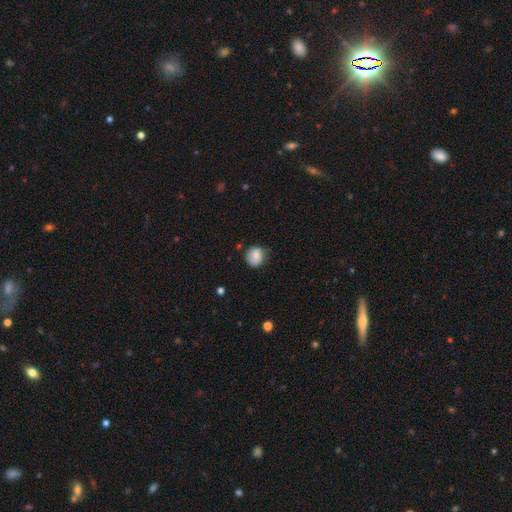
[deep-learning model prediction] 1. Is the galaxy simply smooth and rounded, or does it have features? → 79% smooth, 12% featured or disk, 9% star or artifact.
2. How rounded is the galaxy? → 76% round, 23% in between, 1% cigar-shaped.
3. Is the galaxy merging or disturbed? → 65% none, 26% minor disturbance, 6% major disturbance, 2% merger.